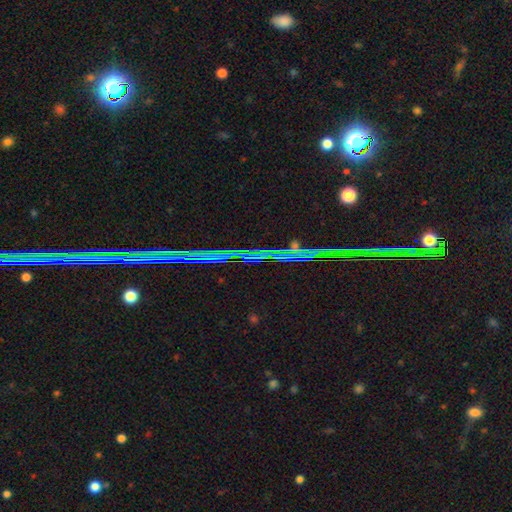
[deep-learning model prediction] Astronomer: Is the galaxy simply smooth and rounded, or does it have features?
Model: star or artifact — 80%.